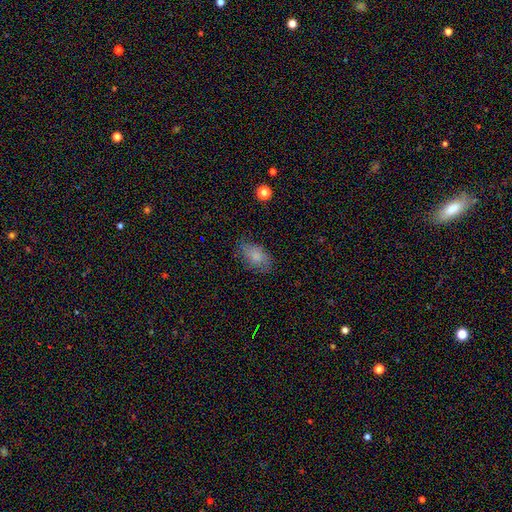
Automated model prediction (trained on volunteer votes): A smooth galaxy with no disk features (79%) that is in between round and cigar-shaped (90%).

Vote fractions:
- Smooth or featured? smooth: 79% / featured or disk: 13% / star or artifact: 9%
- How rounded? in between: 90% / round: 8% / cigar-shaped: 2%
- Merging? none: 73% / minor disturbance: 20% / major disturbance: 5% / merger: 1%